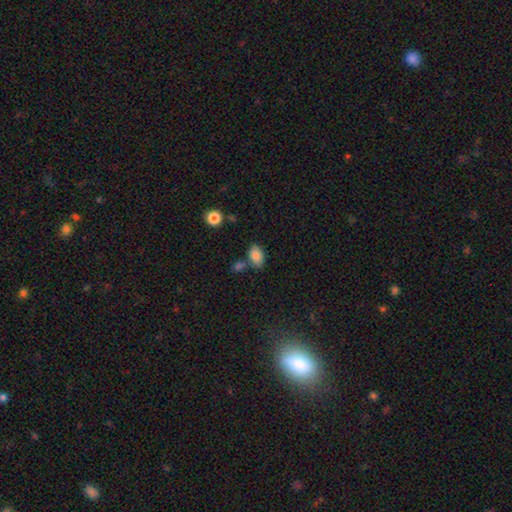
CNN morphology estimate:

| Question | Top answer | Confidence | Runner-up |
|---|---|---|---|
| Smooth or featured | smooth | 83% | star or artifact (9%) |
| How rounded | in between | 89% | round (10%) |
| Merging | none | 66% | merger (15%) |